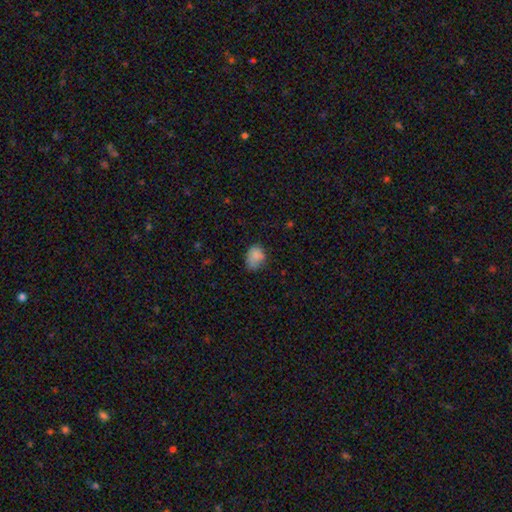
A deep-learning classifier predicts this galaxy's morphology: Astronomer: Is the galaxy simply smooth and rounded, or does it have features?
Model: smooth — 82%.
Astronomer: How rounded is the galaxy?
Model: in between — 59% (runner-up: round, 40%).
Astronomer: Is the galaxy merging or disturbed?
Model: none — 55% (runner-up: minor disturbance, 33%).